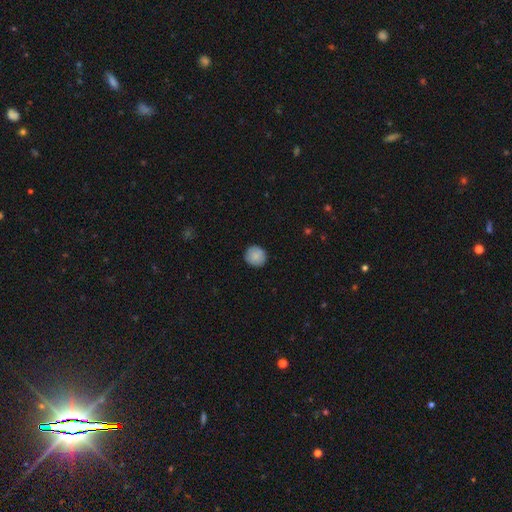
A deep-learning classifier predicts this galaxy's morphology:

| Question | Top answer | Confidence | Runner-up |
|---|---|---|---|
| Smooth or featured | smooth | 84% | featured or disk (8%) |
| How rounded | round | 91% | in between (8%) |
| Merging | none | 87% | minor disturbance (10%) |